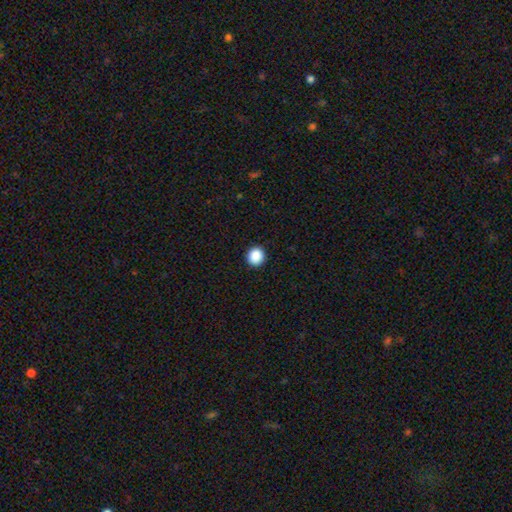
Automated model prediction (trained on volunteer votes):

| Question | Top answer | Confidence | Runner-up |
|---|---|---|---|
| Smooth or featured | smooth | 88% | star or artifact (9%) |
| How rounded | round | 92% | in between (7%) |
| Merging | none | 93% | minor disturbance (5%) |